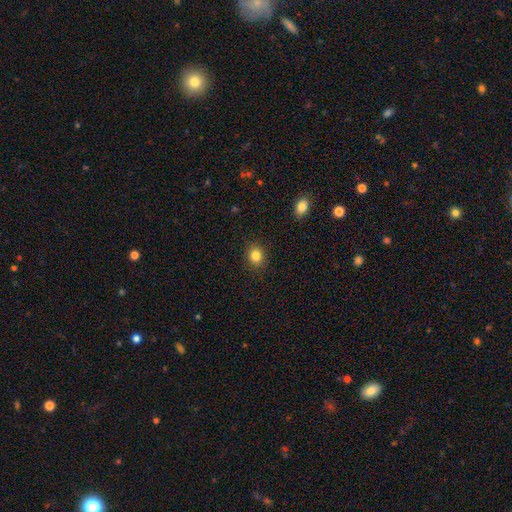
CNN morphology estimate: A smooth galaxy with no disk features (84%) that is round (71%). Merging: none (89%).